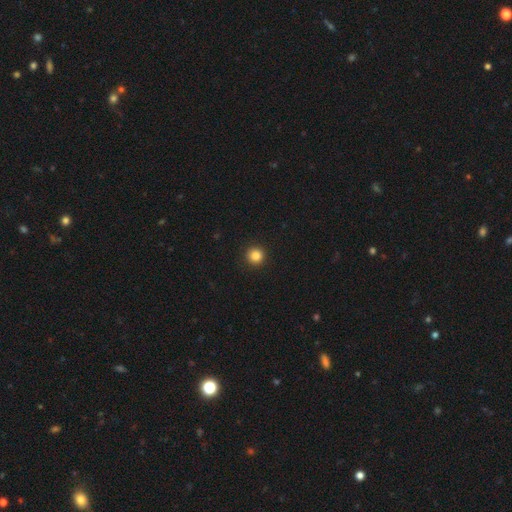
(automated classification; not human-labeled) Smooth or featured: smooth — 85% (star or artifact — 11%)
How rounded: round — 96% (in between — 3%)
Merging: none — 93% (minor disturbance — 4%)